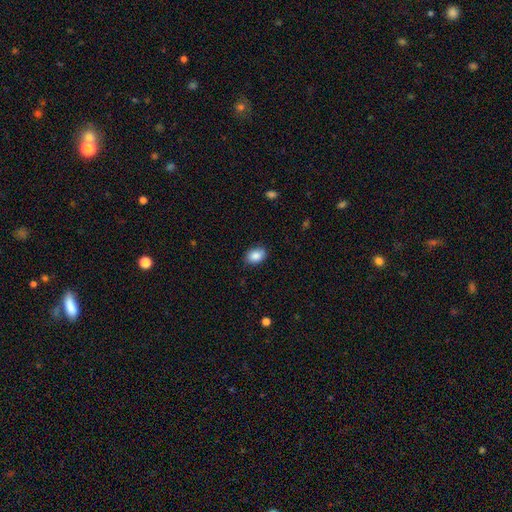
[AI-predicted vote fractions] smooth 87%, star or artifact 8%, featured or disk 5%. Down the decision tree: how rounded — in between (78%); merging — none (84%).